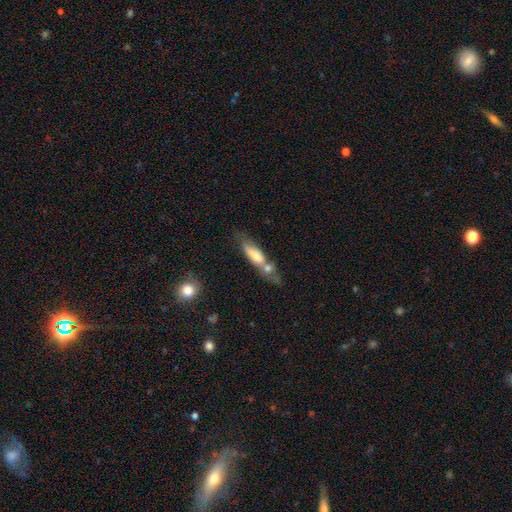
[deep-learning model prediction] Overall: smooth (56%; featured or disk 35%). How rounded: cigar-shaped (69%). Merging: none (43%; merger 29%).